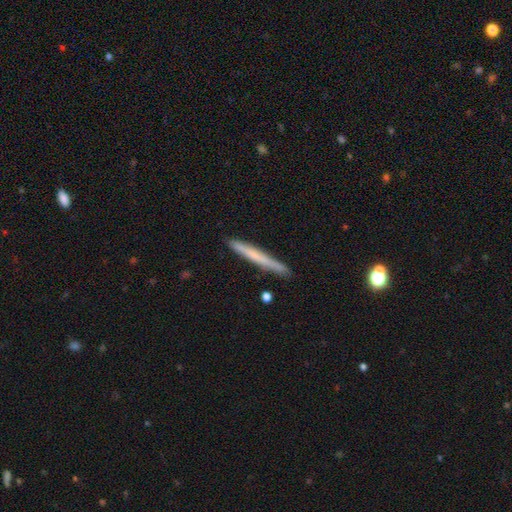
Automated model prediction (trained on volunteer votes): Smooth or featured?
  - smooth: 58% *
  - featured or disk: 36%
  - star or artifact: 6%
How rounded?
  - cigar-shaped: 97% *
  - in between: 2%
  - round: 1%
Merging?
  - none: 89% *
  - minor disturbance: 8%
  - merger: 1%
  - major disturbance: 1%